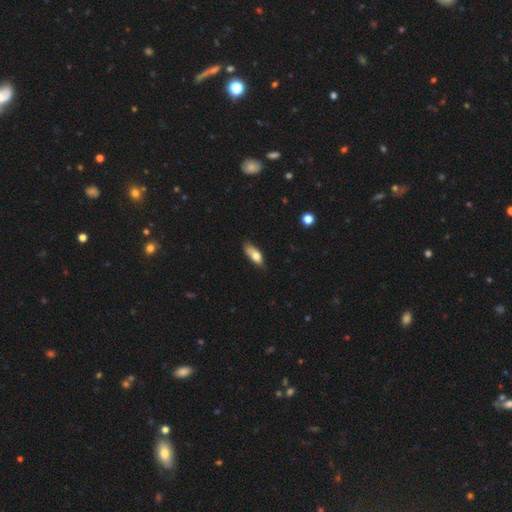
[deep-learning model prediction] This is likely a smooth galaxy (73%). How rounded: likely in between (74%). Merging: likely none (61%).